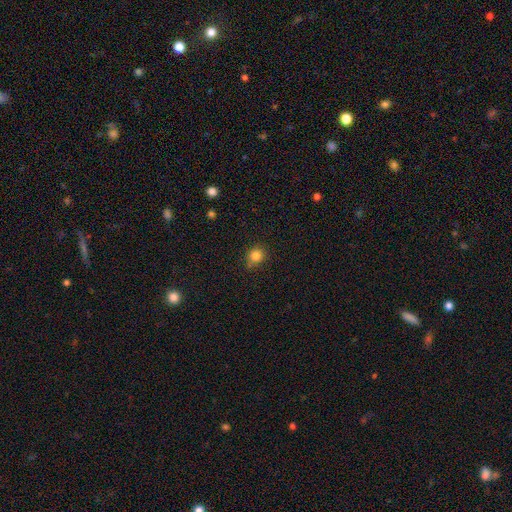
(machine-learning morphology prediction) type=smooth (83%); roundness=round (80%); merging=none (77%).